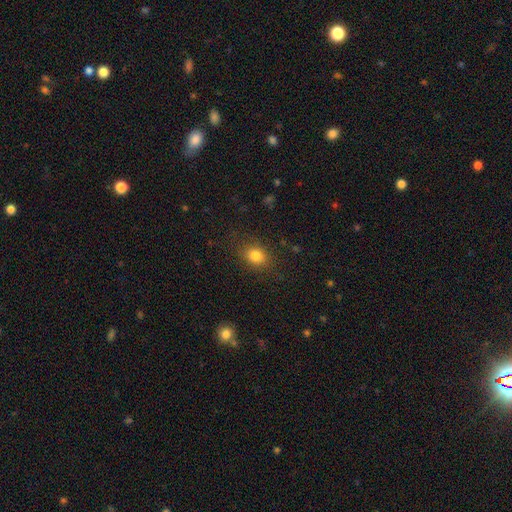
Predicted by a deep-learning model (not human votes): Morphology: type=smooth (82%); roundness=round (50%); merging=none (82%).